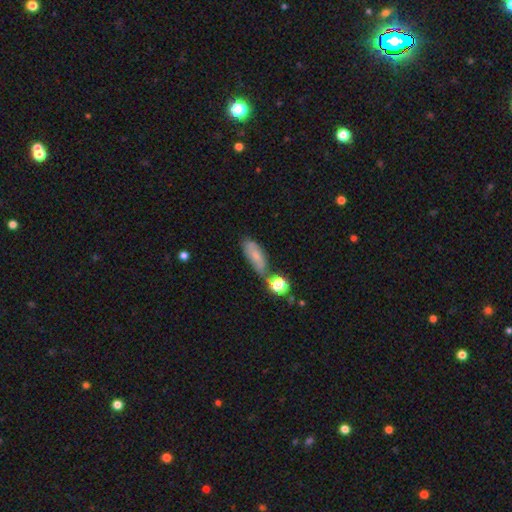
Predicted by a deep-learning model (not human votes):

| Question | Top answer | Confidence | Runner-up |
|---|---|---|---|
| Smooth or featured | smooth | 56% | featured or disk (34%) |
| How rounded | in between | 68% | cigar-shaped (27%) |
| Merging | none | 48% | minor disturbance (25%) |